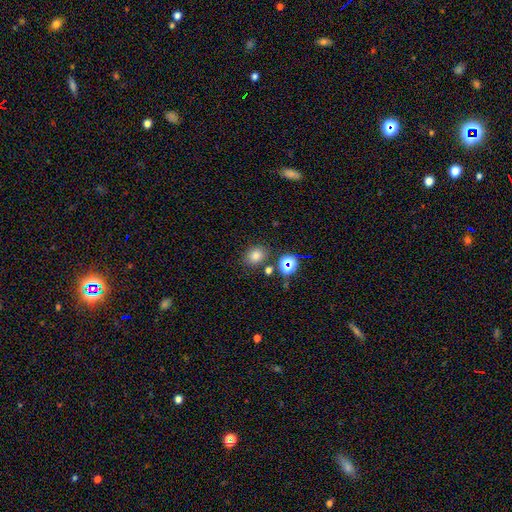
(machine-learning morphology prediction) Smooth or featured? smooth (76%)
How rounded? round (57%)
Merging? none (79%)